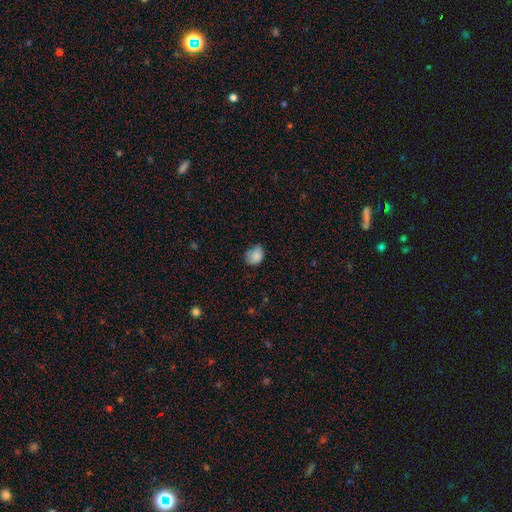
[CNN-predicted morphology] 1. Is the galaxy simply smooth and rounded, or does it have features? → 84% smooth, 9% star or artifact, 7% featured or disk.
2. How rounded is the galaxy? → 52% in between, 47% round, 1% cigar-shaped.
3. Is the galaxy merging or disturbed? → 56% none, 34% minor disturbance, 8% major disturbance, 2% merger.